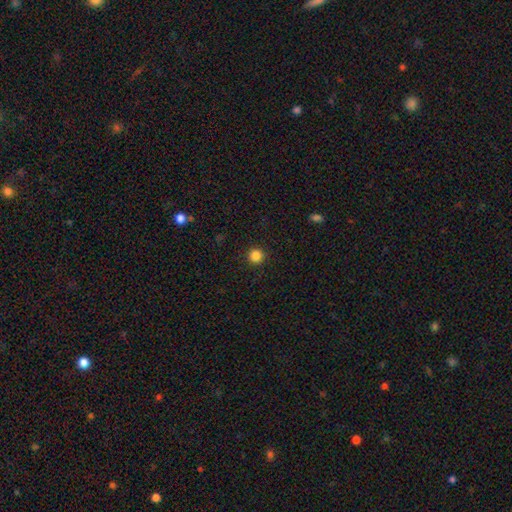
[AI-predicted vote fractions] Smooth or featured? Predicted: smooth (p=0.85). How rounded? Predicted: round (p=0.95). Merging? Predicted: none (p=0.93).